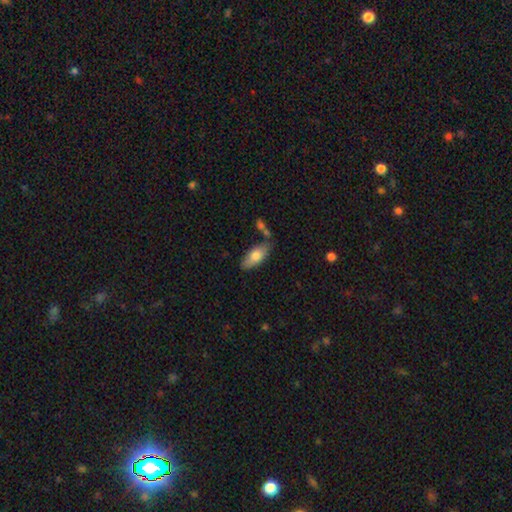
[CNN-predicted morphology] Q: Smooth or featured?
A: smooth (76%); runner-up: featured or disk (18%)
Q: How rounded?
A: in between (84%); runner-up: cigar-shaped (13%)
Q: Merging?
A: none (70%); runner-up: minor disturbance (18%)